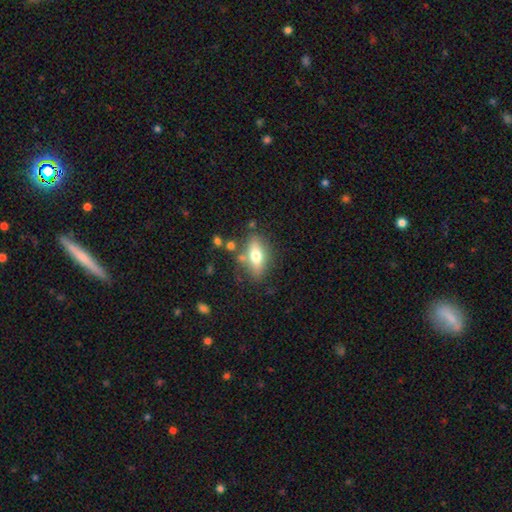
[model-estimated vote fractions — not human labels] Smooth or featured: smooth — 65% (featured or disk — 27%)
How rounded: in between — 78% (cigar-shaped — 15%)
Merging: none — 72% (minor disturbance — 15%)